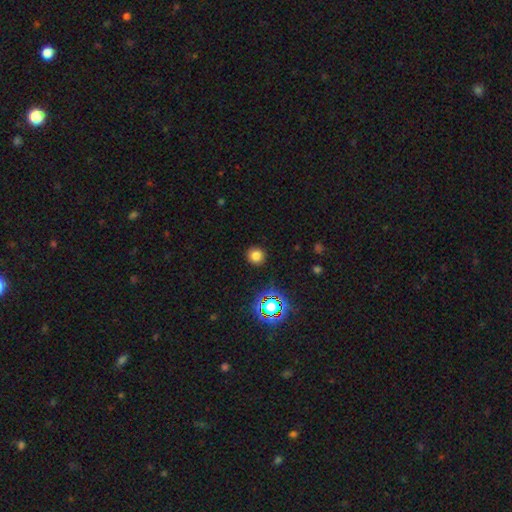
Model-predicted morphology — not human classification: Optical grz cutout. It shows a smooth galaxy with no disk features (76%) that is round (93%). Merging: none (90%).